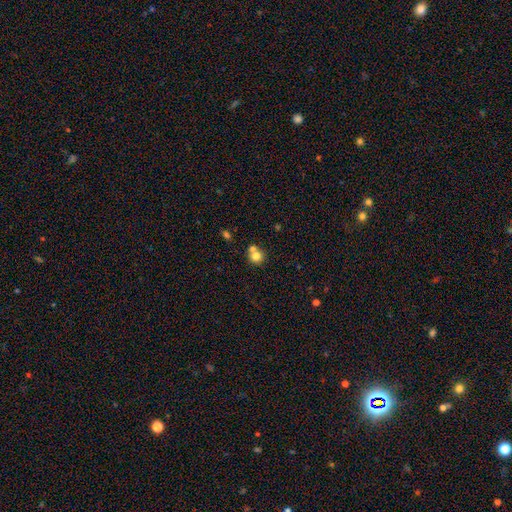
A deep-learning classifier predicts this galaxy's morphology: The model was most divided on "merging": none: 50%, merger: 40%, minor disturbance: 8%, major disturbance: 3%. More confident: how rounded — round (88%); smooth or featured — smooth (77%).